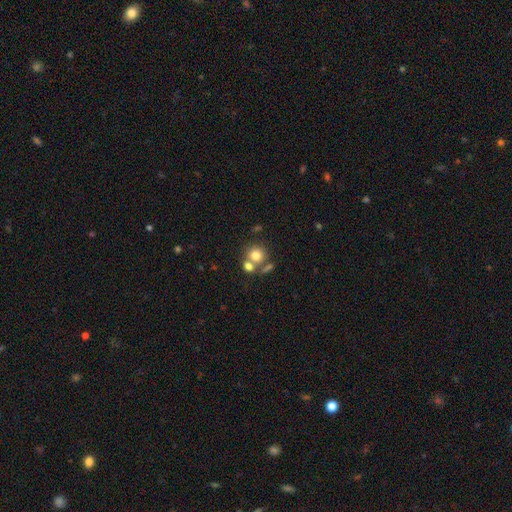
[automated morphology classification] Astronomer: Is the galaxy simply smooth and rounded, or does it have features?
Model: smooth — 75%.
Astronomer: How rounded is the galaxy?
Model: round — 85%.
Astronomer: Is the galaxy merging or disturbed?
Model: none — 51% (runner-up: merger, 36%).